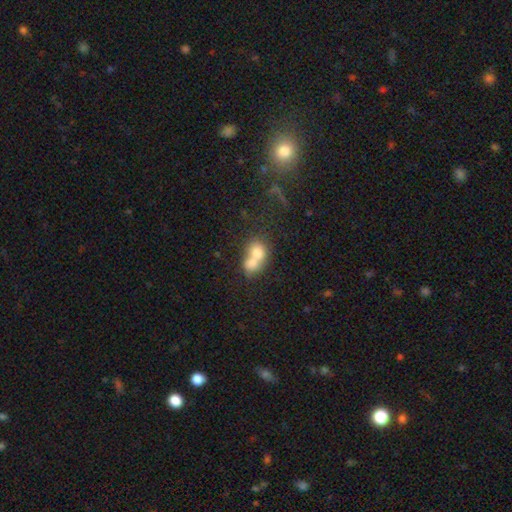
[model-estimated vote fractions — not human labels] Morphology: type=smooth (69%); roundness=round (53%); merging=merger (73%).